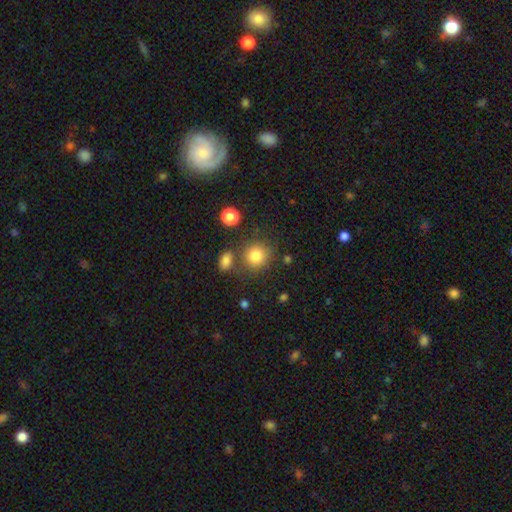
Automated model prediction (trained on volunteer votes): Morphology: type=smooth (82%); roundness=round (84%); merging=none (72%).